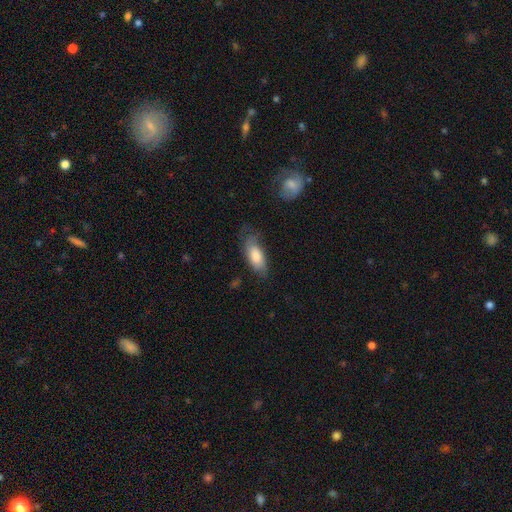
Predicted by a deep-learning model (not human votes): Smooth or featured? Predicted: smooth (p=0.76). How rounded? Predicted: in between (p=0.81). Merging? Predicted: none (p=0.58).